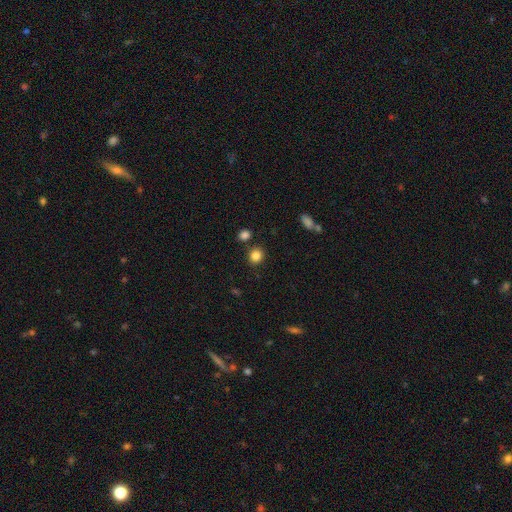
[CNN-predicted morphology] This is clearly a smooth galaxy (85%). How rounded: clearly round (81%). Merging: clearly none (82%).